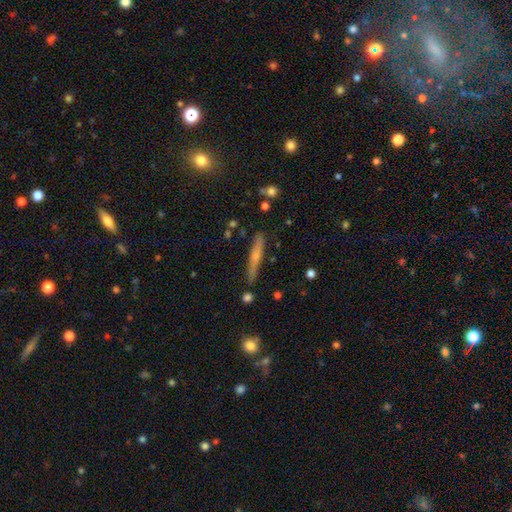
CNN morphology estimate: type=smooth (46%, tied with featured or disk); merging=none (84%).